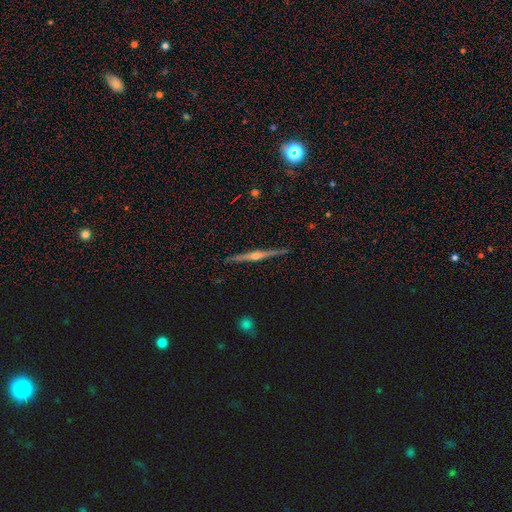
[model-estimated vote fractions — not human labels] Smooth or featured? Predicted: featured or disk (p=0.85). Edge-on disk? Predicted: yes (p=0.98). Edge-on bulge? Predicted: rounded (p=0.91). Merging? Predicted: none (p=0.91).